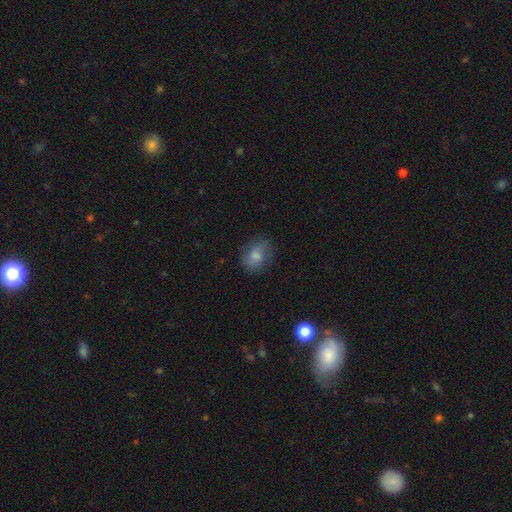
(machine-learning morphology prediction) Smooth or featured? Predicted: smooth (p=0.74). How rounded? Predicted: in between (p=0.55). Merging? Predicted: none (p=0.72).